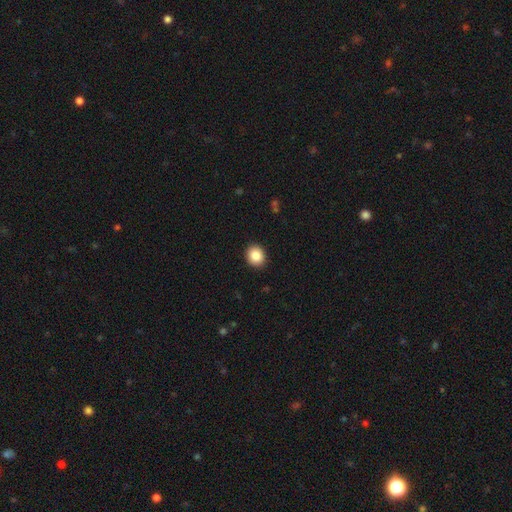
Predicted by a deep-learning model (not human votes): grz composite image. It shows a smooth galaxy with no disk features (86%) that is round (66%). Merging: none (91%).